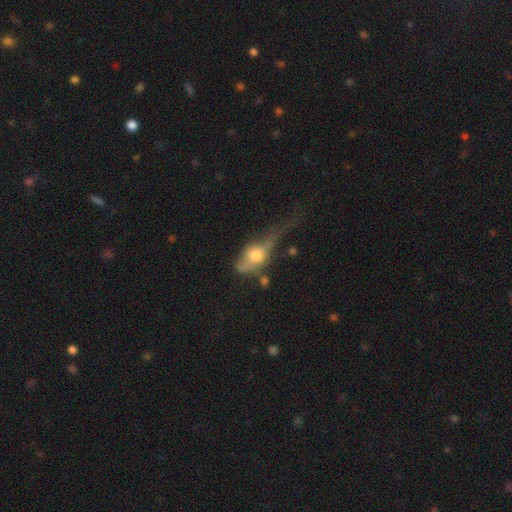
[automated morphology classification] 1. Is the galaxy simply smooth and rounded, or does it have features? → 54% smooth, 37% featured or disk, 9% star or artifact.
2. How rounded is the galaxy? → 65% in between, 25% round, 10% cigar-shaped.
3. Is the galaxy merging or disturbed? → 48% major disturbance, 21% minor disturbance, 20% none, 11% merger.